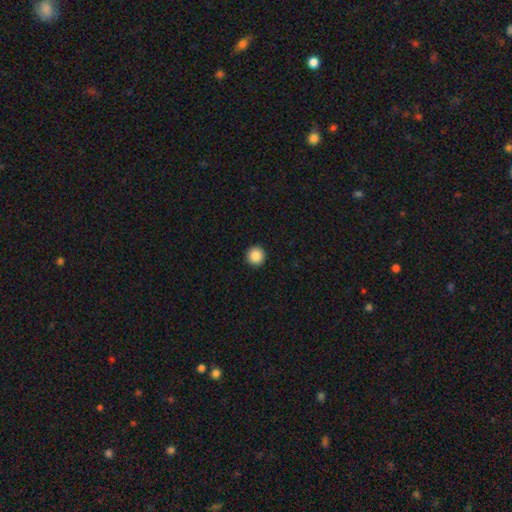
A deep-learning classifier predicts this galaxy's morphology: A smooth galaxy with no disk features (87%) that is round (96%).

Vote fractions:
- Smooth or featured? smooth: 87% / star or artifact: 9% / featured or disk: 4%
- How rounded? round: 96% / in between: 3% / cigar-shaped: 1%
- Merging? none: 94% / minor disturbance: 4% / major disturbance: 1% / merger: 1%